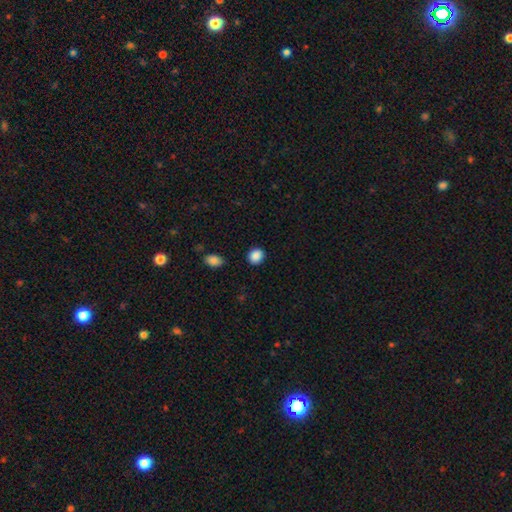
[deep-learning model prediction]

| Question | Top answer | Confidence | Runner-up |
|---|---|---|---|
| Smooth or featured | smooth | 88% | star or artifact (9%) |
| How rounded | round | 77% | in between (22%) |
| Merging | none | 89% | minor disturbance (7%) |